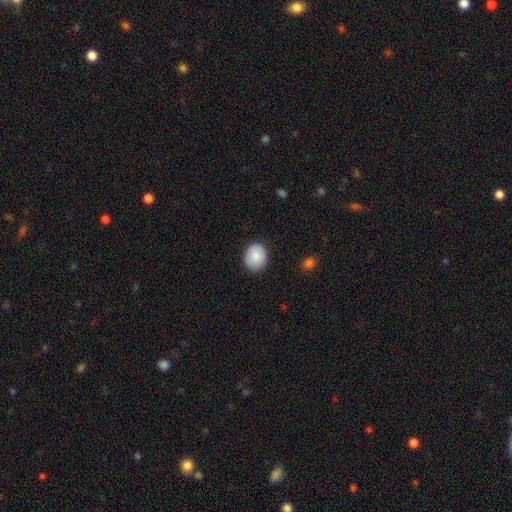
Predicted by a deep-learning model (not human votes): This appears to be a smooth galaxy with no disk features (83%) that is round (67%). Merging: none (86%).